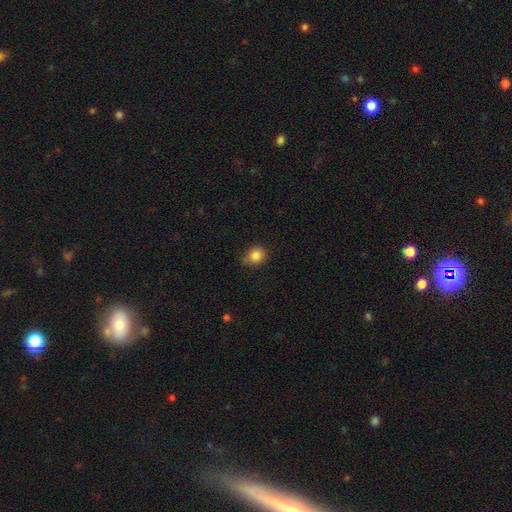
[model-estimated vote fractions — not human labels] smooth_or_featured: smooth (p=0.84) [alt: star or artifact p=0.10]
how_rounded: round (p=0.67) [alt: in between p=0.32]
merging: none (p=0.69) [alt: minor disturbance p=0.26]